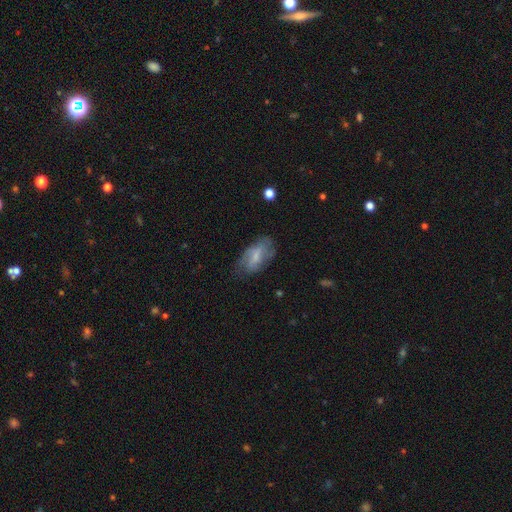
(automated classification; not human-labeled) A smooth galaxy with no disk features (46%, tied with featured or disk).

Vote fractions:
- Smooth or featured? smooth: 46% (tied) / featured or disk: 46% (tied) / star or artifact: 7%
- Merging? none: 58% / minor disturbance: 27% / major disturbance: 13% / merger: 2%